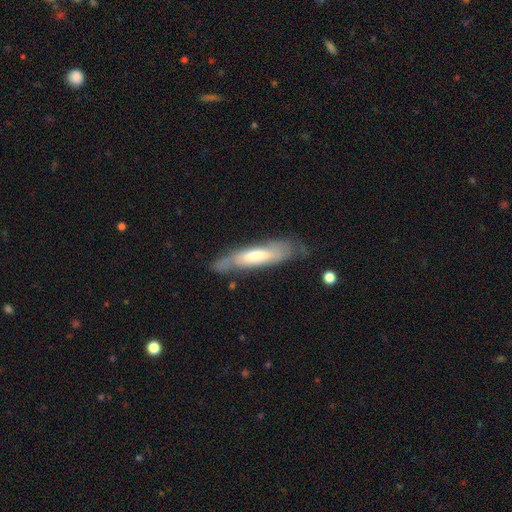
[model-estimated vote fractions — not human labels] Smooth or featured? featured or disk (57%)
Edge-on disk? yes (56%)
Merging? none (70%)